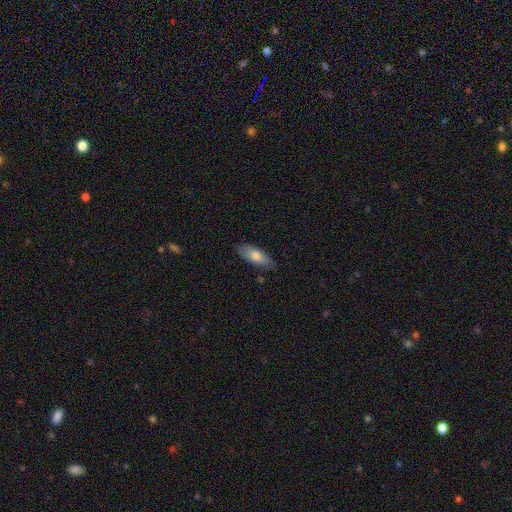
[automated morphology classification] This appears to be a smooth galaxy with no disk features (75%) that is in between round and cigar-shaped (75%). Merging: none (80%).